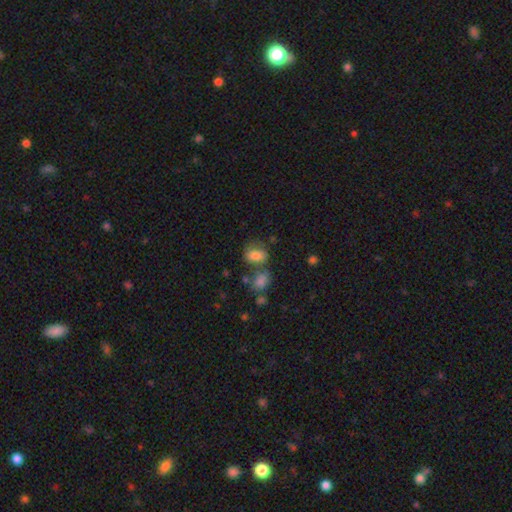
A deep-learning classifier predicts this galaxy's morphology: A smooth galaxy with no disk features (78%) that is in between round and cigar-shaped (78%). Merging: none (52%).